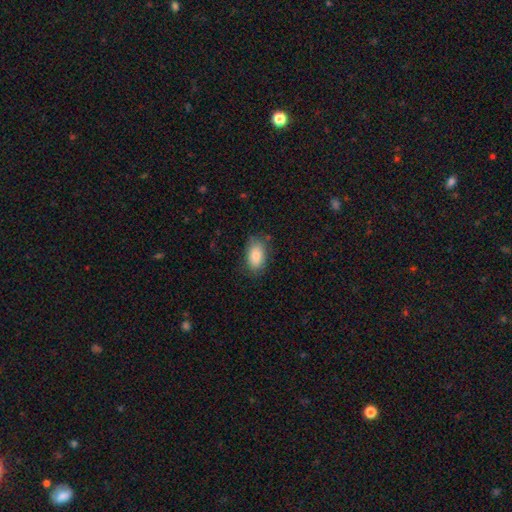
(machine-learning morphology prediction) Smooth or featured: smooth — 84% (featured or disk — 9%)
How rounded: in between — 92% (round — 6%)
Merging: none — 77% (minor disturbance — 17%)